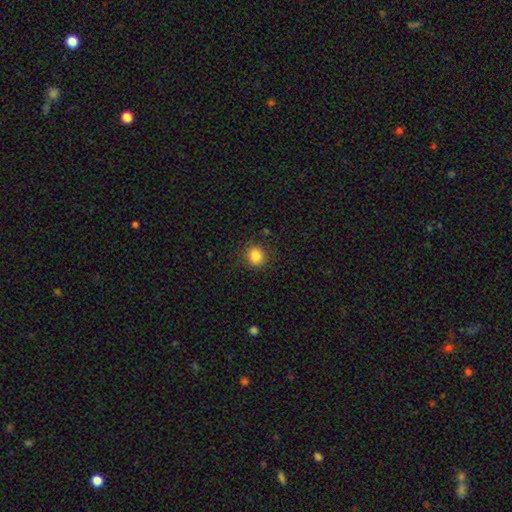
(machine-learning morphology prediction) Smooth or featured?
  - smooth: 85% *
  - star or artifact: 11%
  - featured or disk: 5%
How rounded?
  - round: 86% *
  - in between: 13%
  - cigar-shaped: 1%
Merging?
  - none: 88% *
  - minor disturbance: 8%
  - major disturbance: 3%
  - merger: 1%